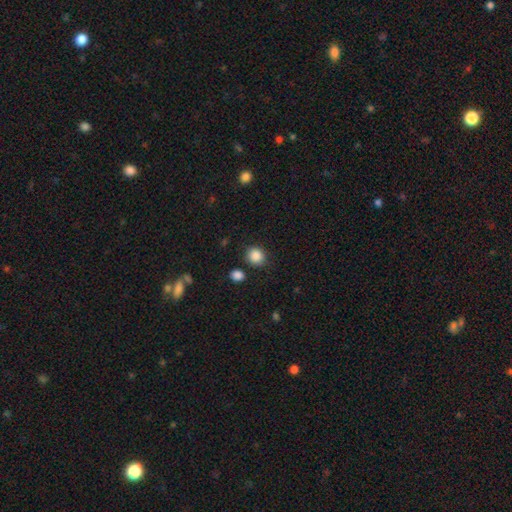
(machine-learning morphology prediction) Q: Smooth or featured?
A: smooth (88%); runner-up: star or artifact (9%)
Q: How rounded?
A: round (84%); runner-up: in between (15%)
Q: Merging?
A: none (83%); runner-up: minor disturbance (10%)